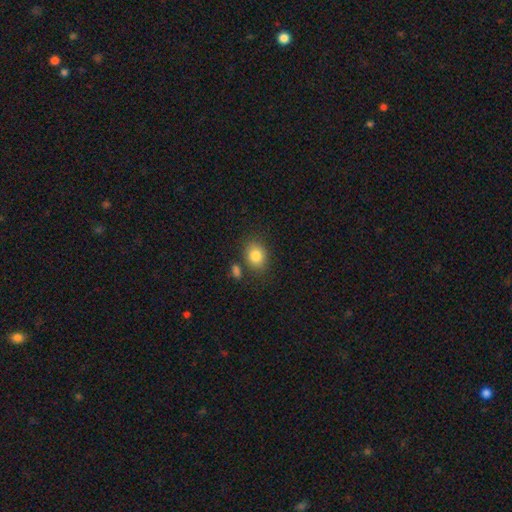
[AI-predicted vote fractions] Smooth or featured? Predicted: smooth (p=0.84). How rounded? Predicted: in between (p=0.56). Merging? Predicted: none (p=0.74).